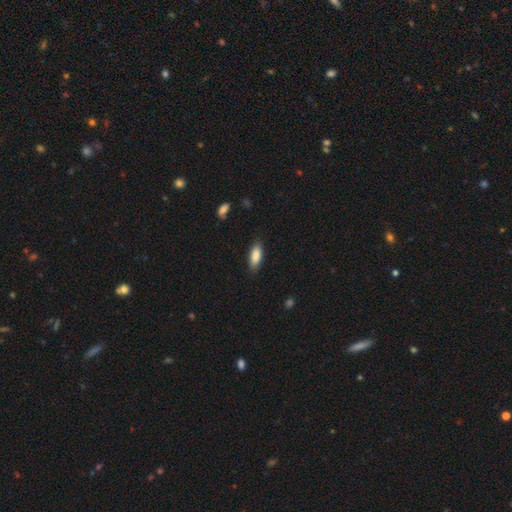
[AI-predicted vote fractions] smooth 86%, featured or disk 8%, star or artifact 6%. Down the decision tree: how rounded — in between (73%); merging — none (83%).